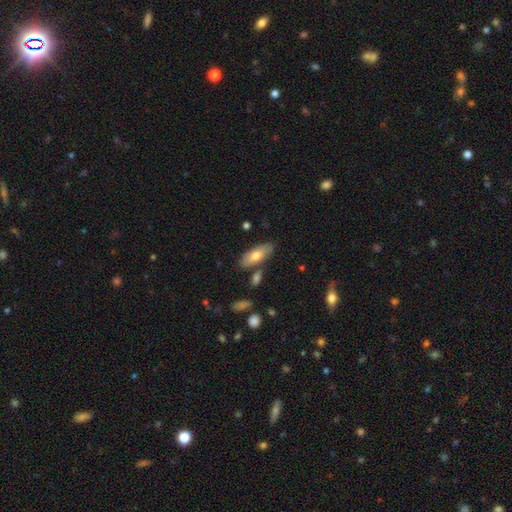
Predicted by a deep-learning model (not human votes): smooth 68%, featured or disk 27%, star or artifact 6%. Down the decision tree: how rounded — in between (75%); merging — none (78%).